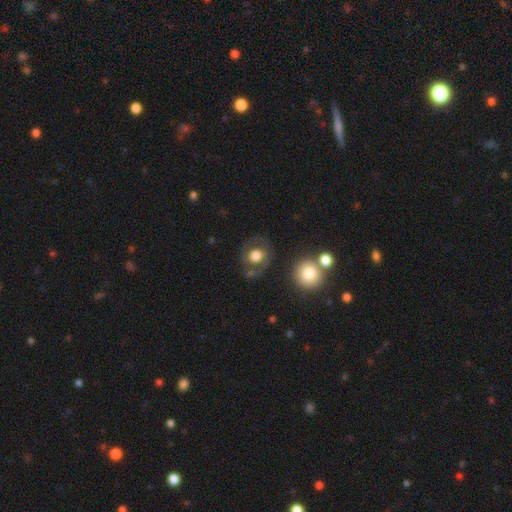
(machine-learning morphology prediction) The model was most divided on "smooth or featured": smooth: 58%, featured or disk: 34%, star or artifact: 8%. More confident: how rounded — round (72%); merging — none (72%).